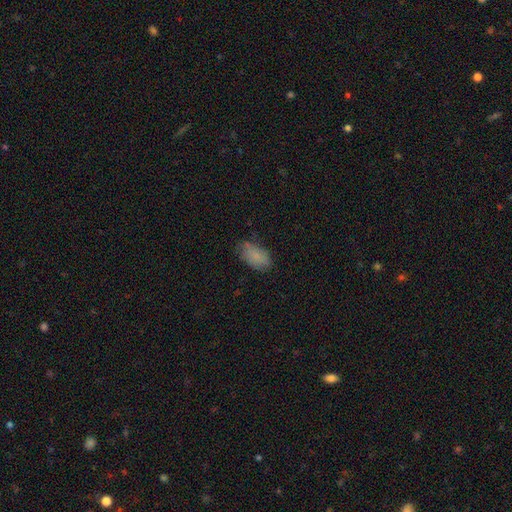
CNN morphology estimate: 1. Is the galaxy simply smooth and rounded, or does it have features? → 82% smooth, 10% featured or disk, 9% star or artifact.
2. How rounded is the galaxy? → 93% in between, 4% round, 3% cigar-shaped.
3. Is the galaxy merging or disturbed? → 65% none, 27% minor disturbance, 7% major disturbance, 2% merger.